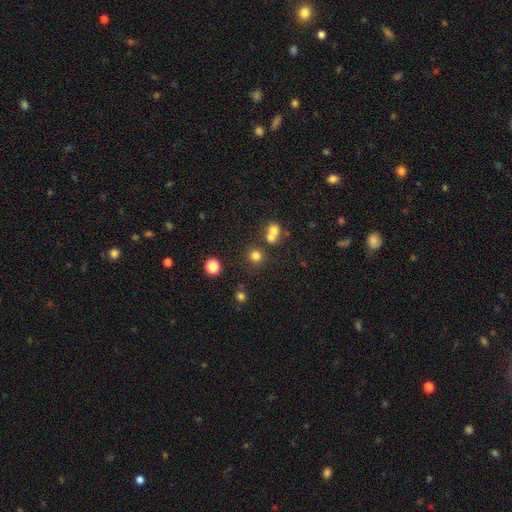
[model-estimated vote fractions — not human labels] Overall: smooth (76%). How rounded: round (89%). Merging: none (66%).